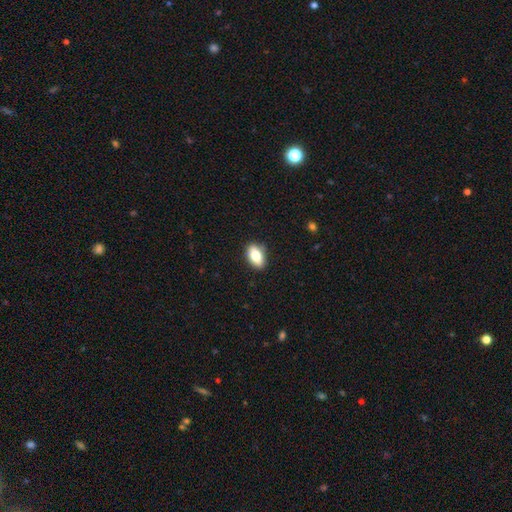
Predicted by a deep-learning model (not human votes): smooth_or_featured: smooth (p=0.77) [alt: featured or disk p=0.15]
how_rounded: in between (p=0.87) [alt: cigar-shaped p=0.07]
merging: none (p=0.87) [alt: minor disturbance p=0.10]